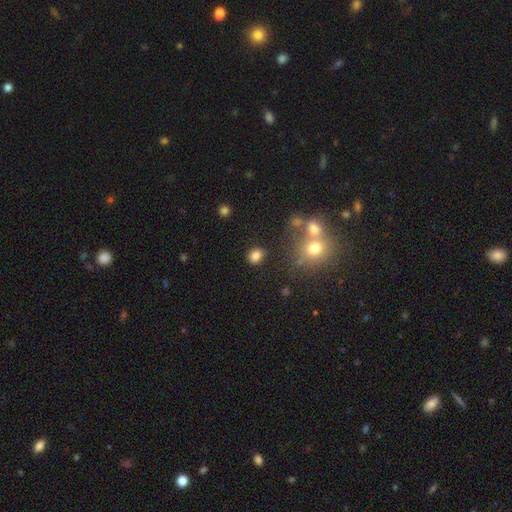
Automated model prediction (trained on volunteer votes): Smooth or featured?
  - smooth: 80% *
  - star or artifact: 12%
  - featured or disk: 7%
How rounded?
  - in between: 51% *
  - round: 48%
  - cigar-shaped: 1%
Merging?
  - none: 77% *
  - minor disturbance: 12%
  - merger: 6%
  - major disturbance: 4%